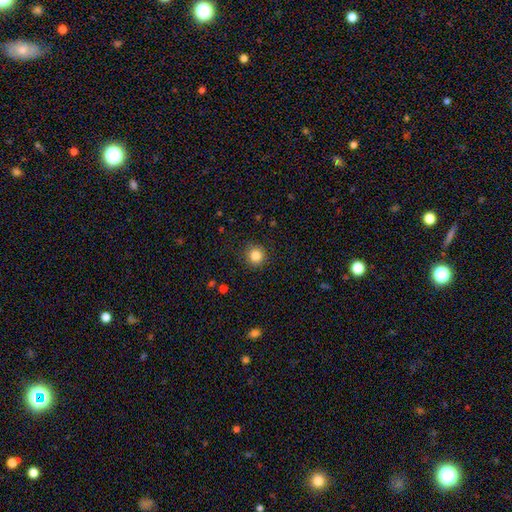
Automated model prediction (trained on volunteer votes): smooth_or_featured: smooth (p=0.85) [alt: star or artifact p=0.11]
how_rounded: round (p=0.94) [alt: in between p=0.05]
merging: none (p=0.90) [alt: minor disturbance p=0.06]